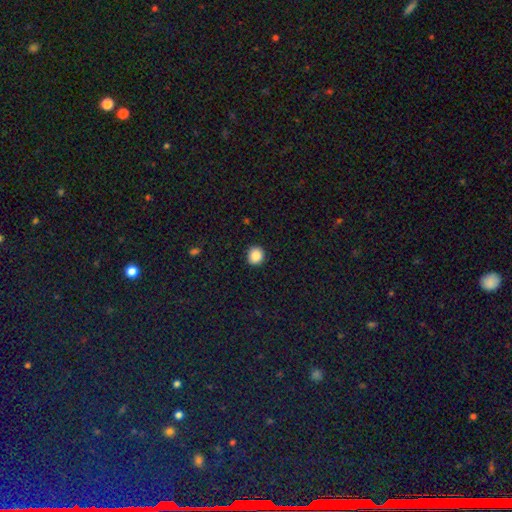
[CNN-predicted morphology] smooth-or-featured: smooth: 87% | star or artifact: 9% | featured or disk: 3%
  how-rounded: round: 89% | in between: 10% | cigar-shaped: 1%
  merging: none: 92% | minor disturbance: 6% | major disturbance: 2% | merger: 1%